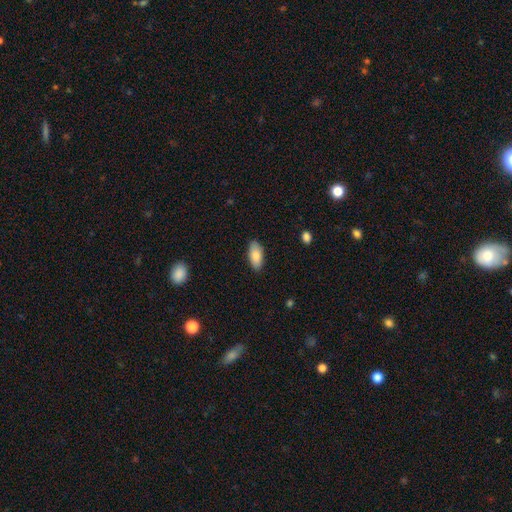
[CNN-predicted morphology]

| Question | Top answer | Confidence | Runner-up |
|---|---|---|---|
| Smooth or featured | smooth | 83% | featured or disk (10%) |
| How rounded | in between | 90% | cigar-shaped (7%) |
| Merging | none | 86% | minor disturbance (11%) |